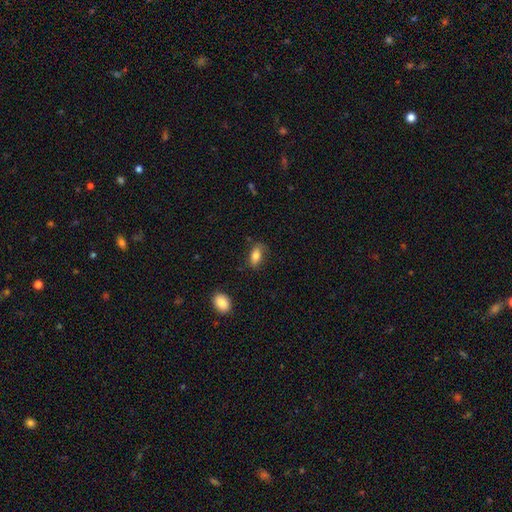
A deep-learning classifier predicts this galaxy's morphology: A smooth galaxy with no disk features (80%) that is in between round and cigar-shaped (86%).

Vote fractions:
- Smooth or featured? smooth: 80% / featured or disk: 12% / star or artifact: 8%
- How rounded? in between: 86% / cigar-shaped: 9% / round: 5%
- Merging? none: 75% / minor disturbance: 19% / major disturbance: 5% / merger: 2%